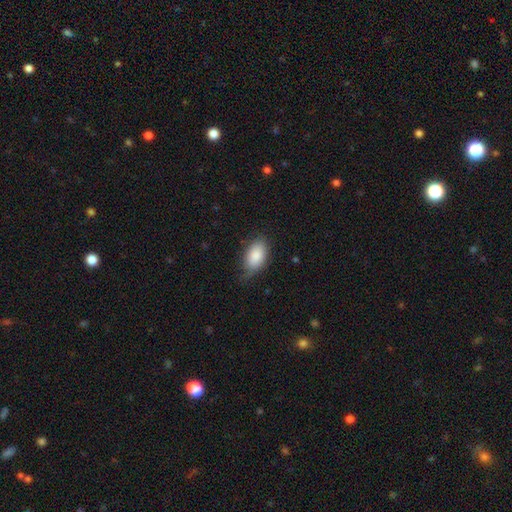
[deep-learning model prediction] The model was most divided on "merging": none: 60%, minor disturbance: 31%, major disturbance: 7%, merger: 1%. More confident: how rounded — in between (92%); smooth or featured — smooth (86%).